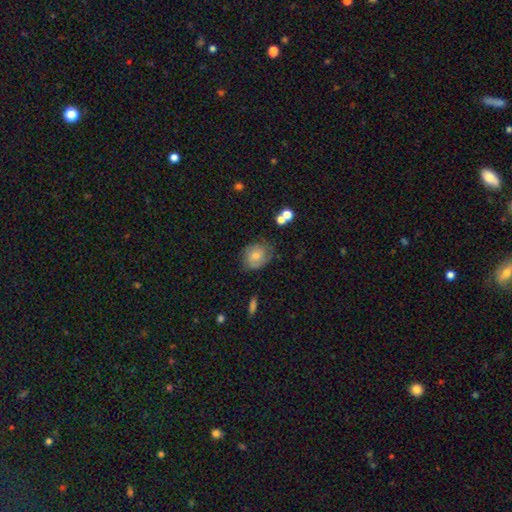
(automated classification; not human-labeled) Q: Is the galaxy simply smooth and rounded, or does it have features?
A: featured or disk — 50%.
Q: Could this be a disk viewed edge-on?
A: no — 96%.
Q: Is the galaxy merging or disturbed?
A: none — 71%.